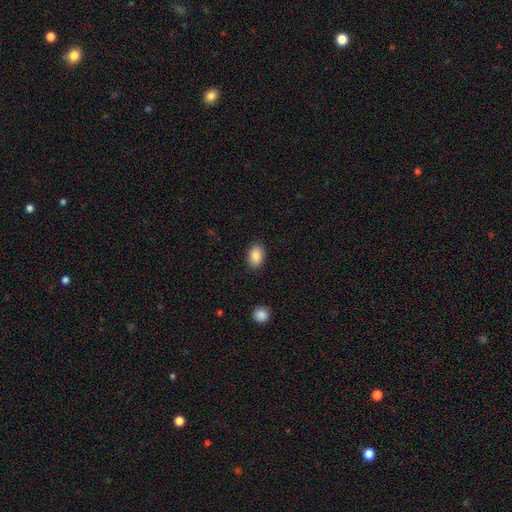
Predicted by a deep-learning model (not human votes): This is clearly a smooth galaxy (88%). How rounded: clearly in between (87%). Merging: clearly none (88%).